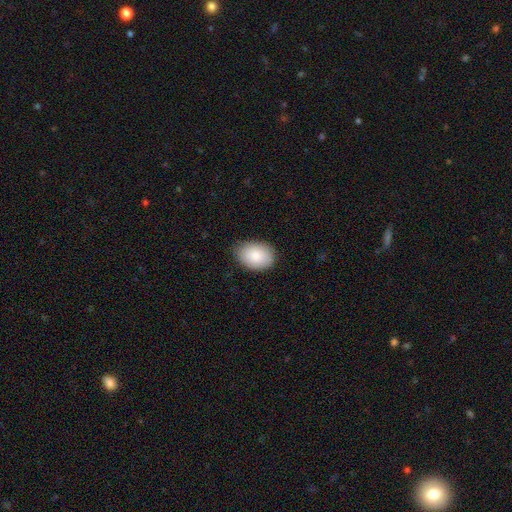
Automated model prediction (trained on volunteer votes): A smooth galaxy with no disk features (86%) that is in between round and cigar-shaped (81%). Merging: none (80%).